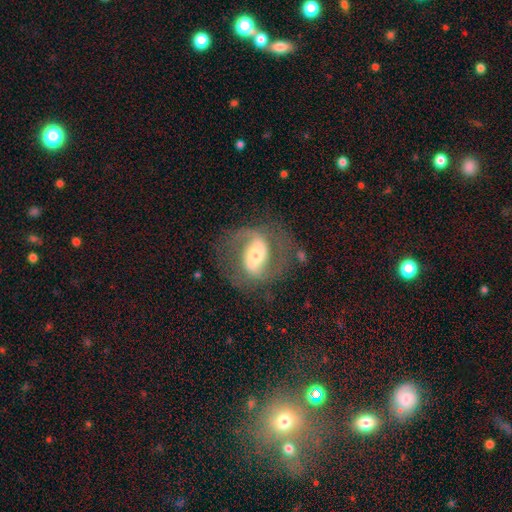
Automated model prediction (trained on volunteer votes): The model was most divided on "bulge size": moderate: 48%, small: 37%, large: 12%, dominant: 2%, none: 1%. Remaining: edge-on disk — no (96%); spiral arms — yes (91%); spiral arm count — 2 (89%); smooth or featured — featured or disk (83%); merging — none (72%); spiral winding — medium (54%); bar — strong (48%).